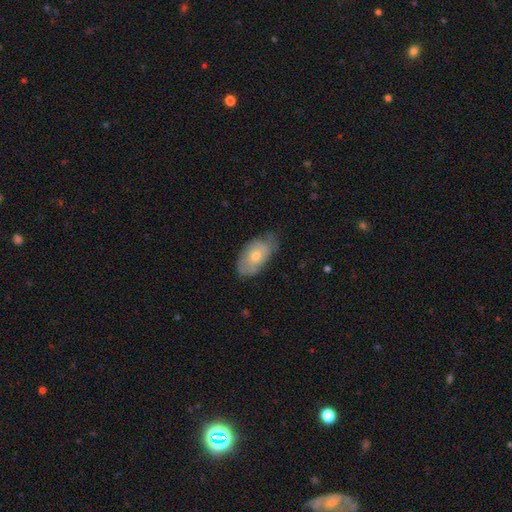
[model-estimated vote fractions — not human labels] smooth_or_featured: smooth (p=0.58) [alt: featured or disk p=0.36]
how_rounded: in between (p=0.92) [alt: round p=0.05]
merging: none (p=0.61) [alt: minor disturbance p=0.32]